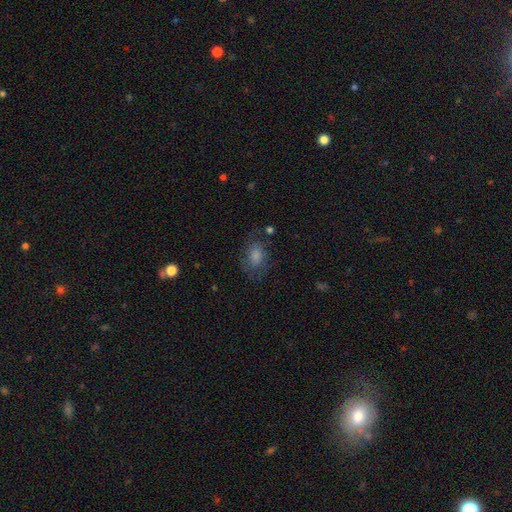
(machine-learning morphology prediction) This is possibly a smooth galaxy (50%). How rounded: likely in between (74%). Merging: likely none (68%).